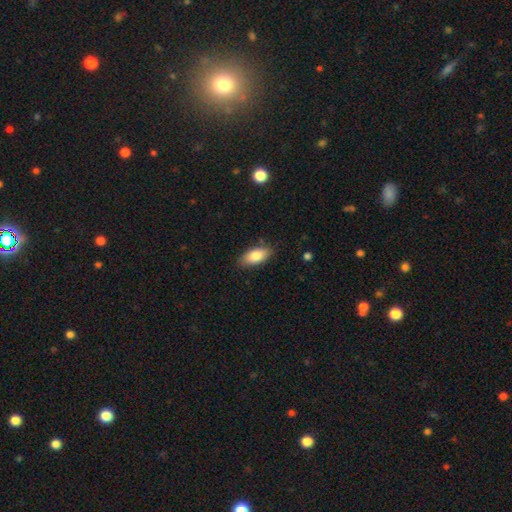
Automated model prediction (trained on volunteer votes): smooth-or-featured: smooth: 82% | featured or disk: 11% | star or artifact: 7%
  how-rounded: in between: 89% | cigar-shaped: 8% | round: 3%
  merging: none: 82% | minor disturbance: 14% | major disturbance: 3% | merger: 1%